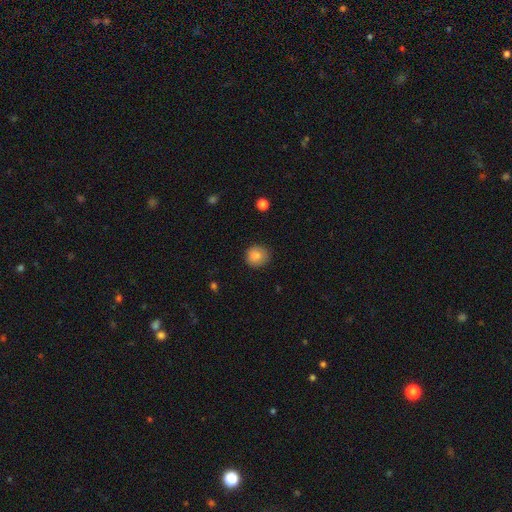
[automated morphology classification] smooth-or-featured: smooth: 85% | star or artifact: 9% | featured or disk: 6%
  how-rounded: round: 89% | in between: 10% | cigar-shaped: 1%
  merging: none: 86% | minor disturbance: 10% | major disturbance: 3% | merger: 1%